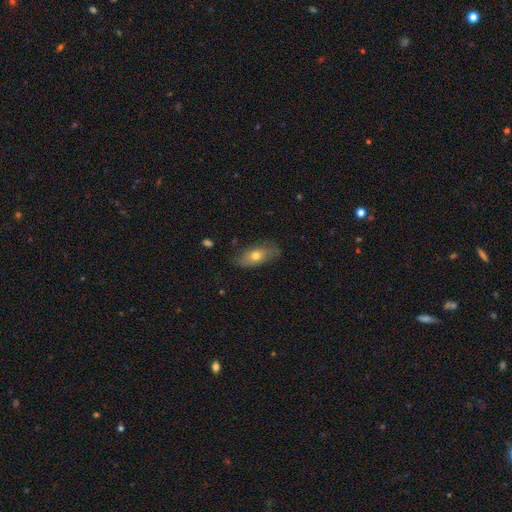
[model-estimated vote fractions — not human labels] smooth-or-featured: smooth: 61% | featured or disk: 31% | star or artifact: 8%
  how-rounded: in between: 79% | cigar-shaped: 16% | round: 5%
  merging: none: 76% | minor disturbance: 19% | major disturbance: 4% | merger: 1%